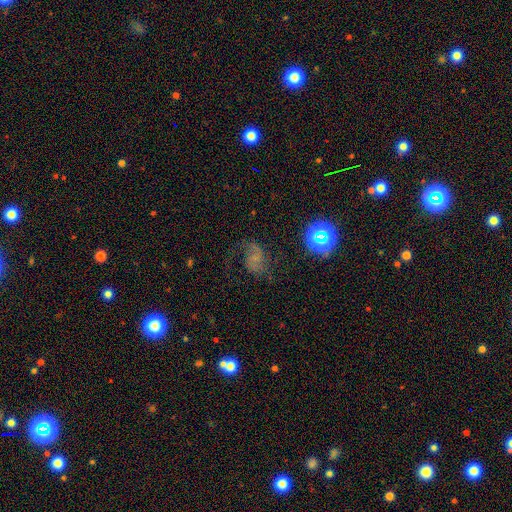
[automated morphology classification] smooth-or-featured: featured or disk: 49% | smooth: 30% | star or artifact: 21%
  merging: none: 52% | major disturbance: 23% | minor disturbance: 22% | merger: 3%